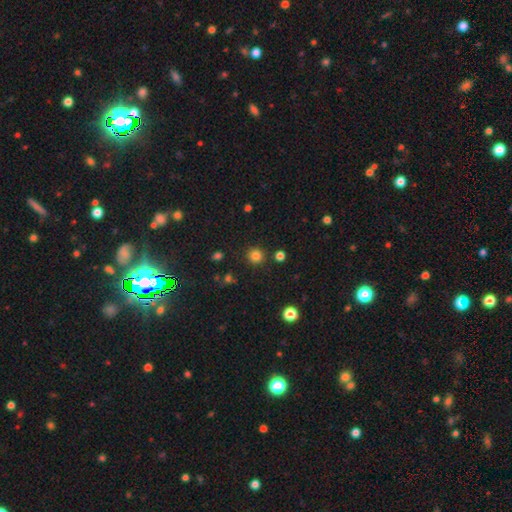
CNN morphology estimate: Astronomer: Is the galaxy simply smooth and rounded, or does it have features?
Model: smooth — 82%.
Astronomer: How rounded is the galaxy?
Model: round — 94%.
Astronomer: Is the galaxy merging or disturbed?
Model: none — 89%.